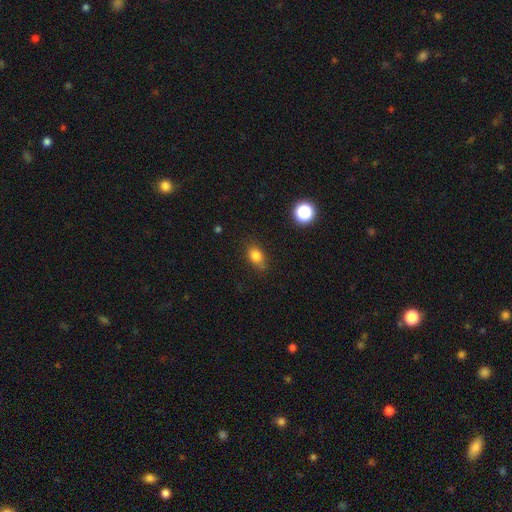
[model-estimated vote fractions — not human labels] Q: Smooth or featured?
A: smooth (81%); runner-up: star or artifact (12%)
Q: How rounded?
A: in between (66%); runner-up: round (31%)
Q: Merging?
A: none (71%); runner-up: minor disturbance (22%)